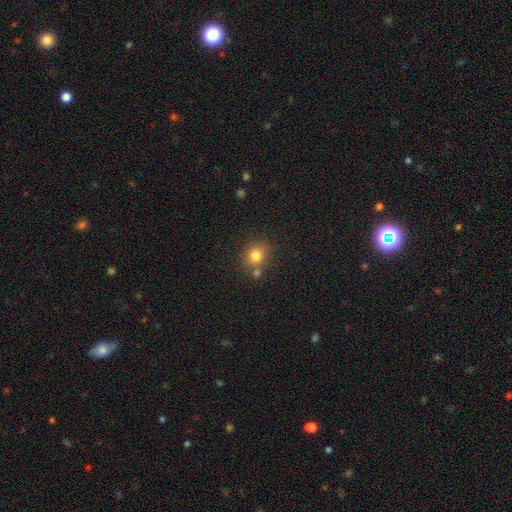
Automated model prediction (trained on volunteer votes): Morphology: type=smooth (80%); roundness=round (73%); merging=none (67%).